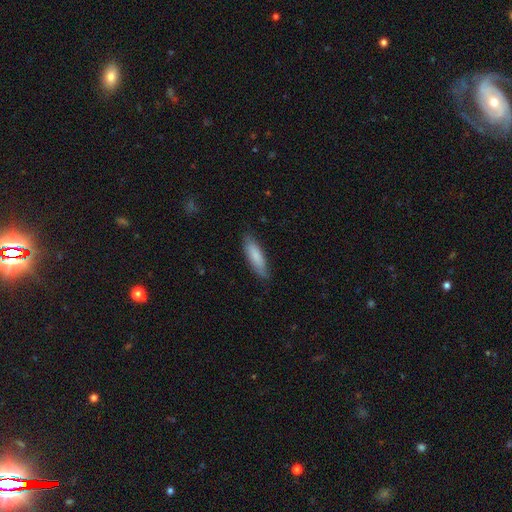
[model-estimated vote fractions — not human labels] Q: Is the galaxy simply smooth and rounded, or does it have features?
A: smooth — 80%.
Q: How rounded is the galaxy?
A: cigar-shaped — 58%.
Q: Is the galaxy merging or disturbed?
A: none — 81%.